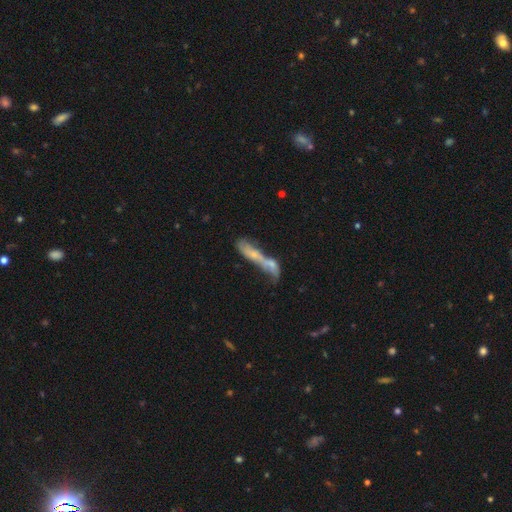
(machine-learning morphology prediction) The model was most divided on "smooth or featured": featured or disk: 46%, smooth: 43%, star or artifact: 11%. More confident: merging — merger (61%).